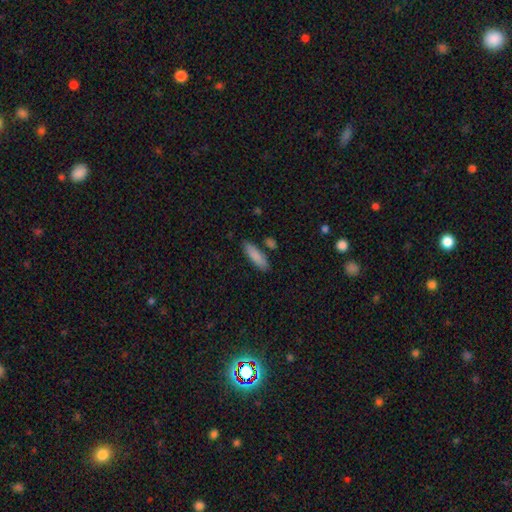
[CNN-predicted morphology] smooth-or-featured: smooth: 86% | featured or disk: 8% | star or artifact: 6%
  how-rounded: cigar-shaped: 58% | in between: 40% | round: 2%
  merging: none: 82% | minor disturbance: 11% | merger: 5% | major disturbance: 2%